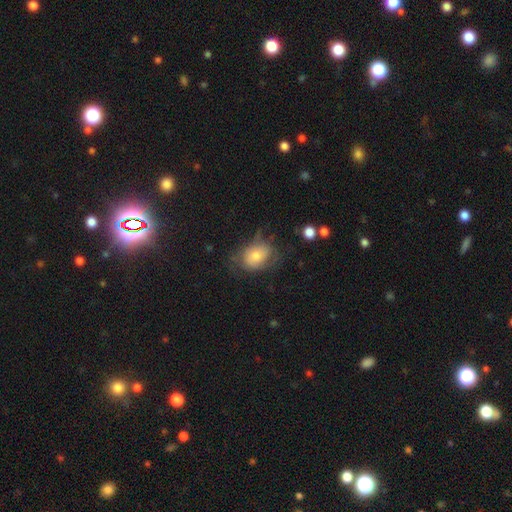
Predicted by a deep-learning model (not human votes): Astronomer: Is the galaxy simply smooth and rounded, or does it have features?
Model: smooth — 58%.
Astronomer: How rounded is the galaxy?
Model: in between — 61% (runner-up: round, 38%).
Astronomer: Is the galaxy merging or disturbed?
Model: none — 50% (runner-up: minor disturbance, 28%).